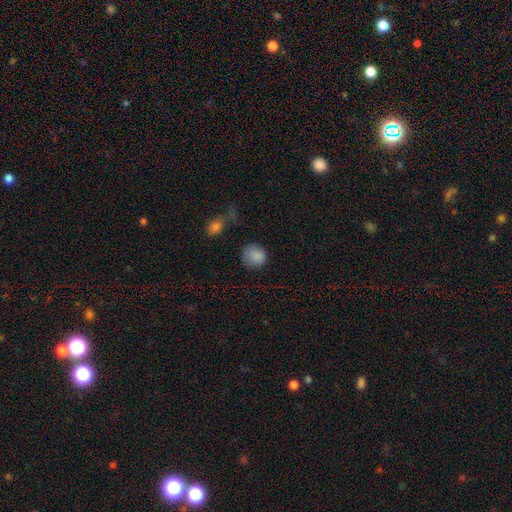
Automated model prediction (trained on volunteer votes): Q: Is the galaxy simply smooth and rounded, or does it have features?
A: smooth — 87%.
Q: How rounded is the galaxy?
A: round — 86%.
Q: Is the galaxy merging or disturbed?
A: none — 79%.